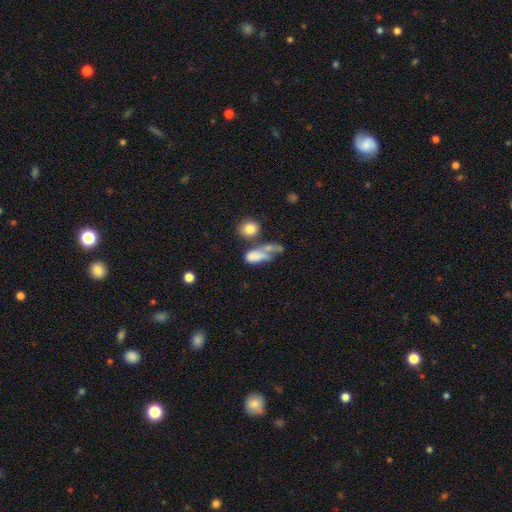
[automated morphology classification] This appears to be a smooth galaxy with no disk features (71%) that is in between round and cigar-shaped (75%). Merging: merger (34%).